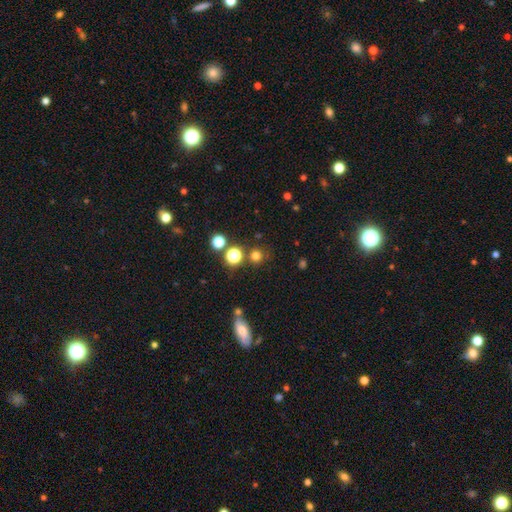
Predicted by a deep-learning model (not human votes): smooth 72%, star or artifact 22%, featured or disk 6%. Down the decision tree: how rounded — round (93%); merging — none (80%).